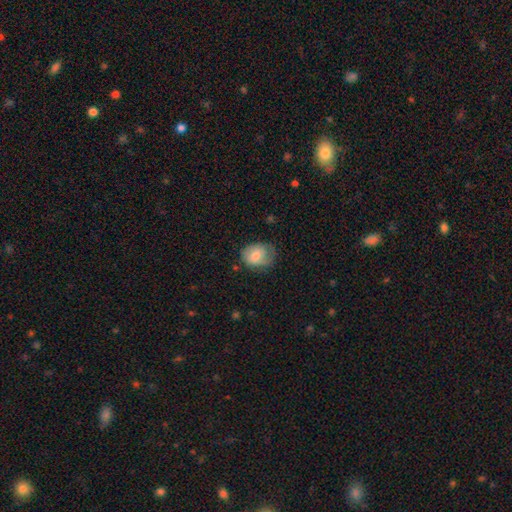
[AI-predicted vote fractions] Morphology: type=smooth (72%); roundness=in between (56%); merging=none (58%).